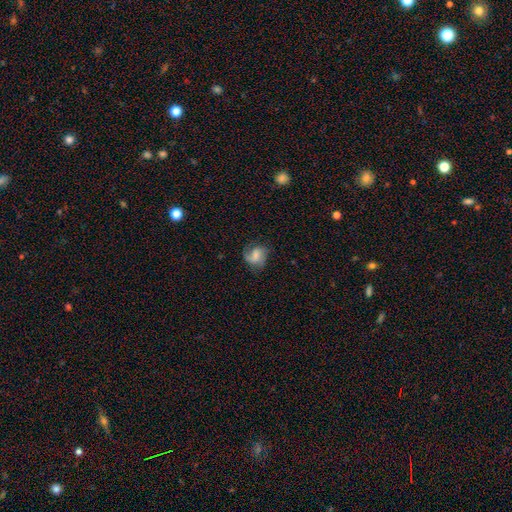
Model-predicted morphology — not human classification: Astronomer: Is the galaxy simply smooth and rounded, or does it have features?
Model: featured or disk — 47% (runner-up: smooth, 44%).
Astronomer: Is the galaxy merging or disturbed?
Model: none — 57%.